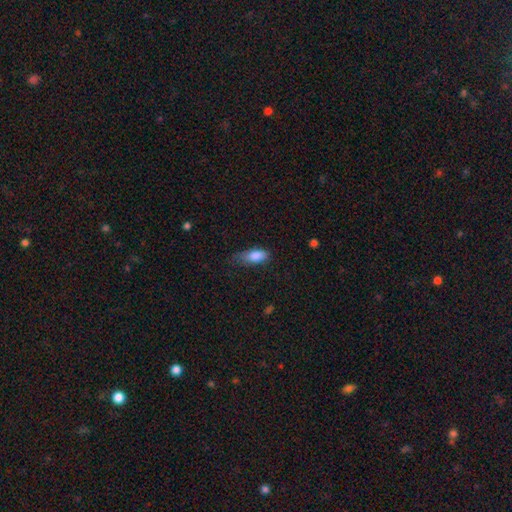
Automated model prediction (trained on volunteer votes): Smooth or featured: smooth — 84% (featured or disk — 8%)
How rounded: in between — 81% (cigar-shaped — 16%)
Merging: none — 44% (minor disturbance — 40%)